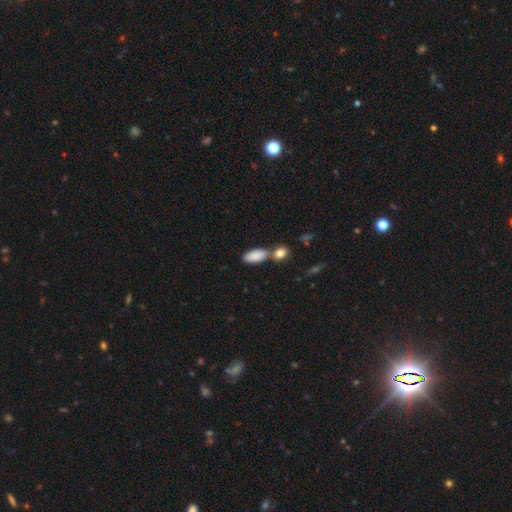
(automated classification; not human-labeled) smooth_or_featured: smooth (p=0.88) [alt: star or artifact p=0.06]
how_rounded: in between (p=0.91) [alt: cigar-shaped p=0.06]
merging: none (p=0.56) [alt: merger p=0.29]